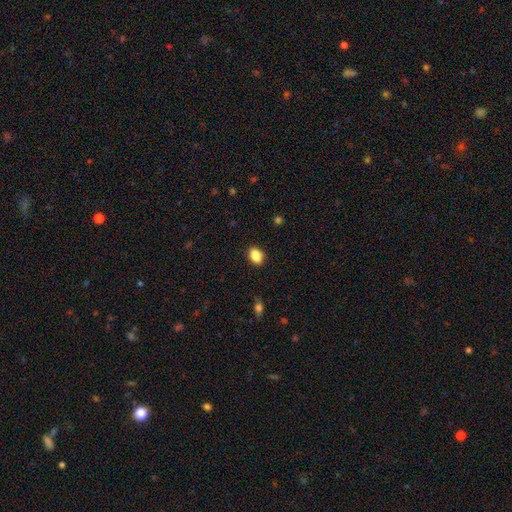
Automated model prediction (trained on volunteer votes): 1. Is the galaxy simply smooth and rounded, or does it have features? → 87% smooth, 9% star or artifact, 4% featured or disk.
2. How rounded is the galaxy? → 76% in between, 22% round, 1% cigar-shaped.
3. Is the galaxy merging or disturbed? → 88% none, 9% minor disturbance, 2% major disturbance, 1% merger.